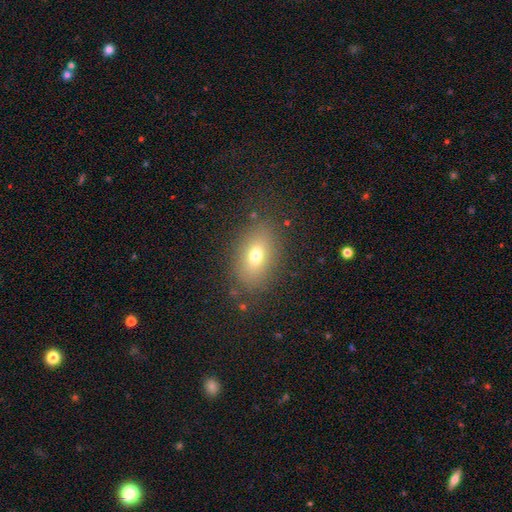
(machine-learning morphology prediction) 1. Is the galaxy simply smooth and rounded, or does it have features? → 70% smooth, 17% featured or disk, 13% star or artifact.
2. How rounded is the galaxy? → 83% in between, 13% round, 4% cigar-shaped.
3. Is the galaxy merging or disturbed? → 83% none, 11% minor disturbance, 5% major disturbance, 2% merger.